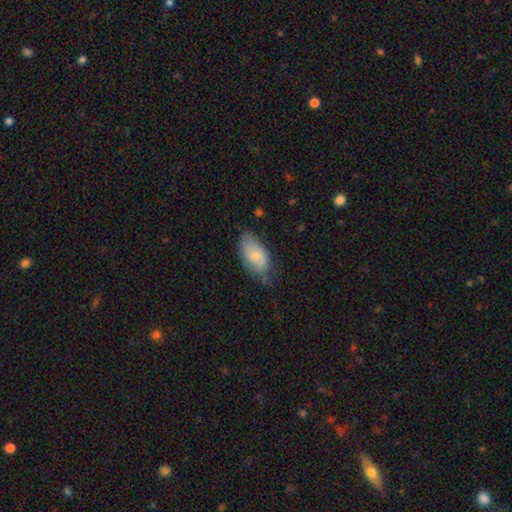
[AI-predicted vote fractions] The model was most divided on "merging": none: 56%, minor disturbance: 34%, major disturbance: 8%, merger: 2%. More confident: how rounded — in between (93%); smooth or featured — smooth (76%).